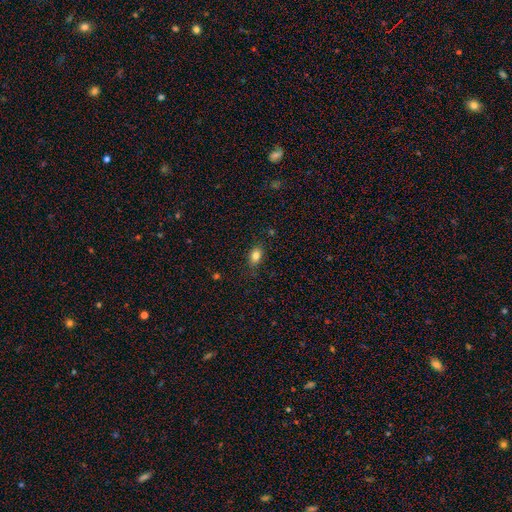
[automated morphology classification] A smooth galaxy with no disk features (82%) that is in between round and cigar-shaped (79%). Merging: none (84%).